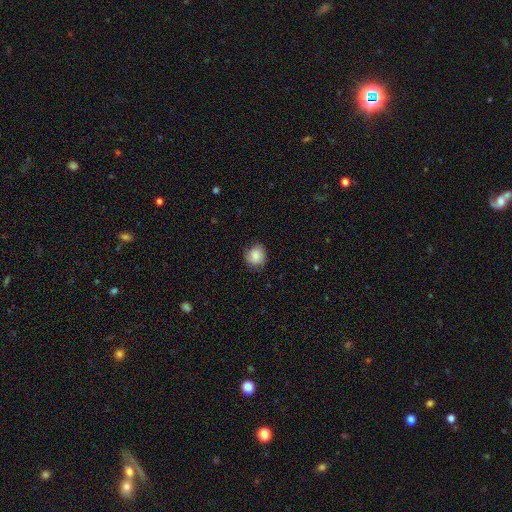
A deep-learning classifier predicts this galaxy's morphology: Smooth or featured?
  - smooth: 80% *
  - featured or disk: 12%
  - star or artifact: 8%
How rounded?
  - round: 79% *
  - in between: 20%
  - cigar-shaped: 1%
Merging?
  - none: 77% *
  - minor disturbance: 18%
  - major disturbance: 4%
  - merger: 1%